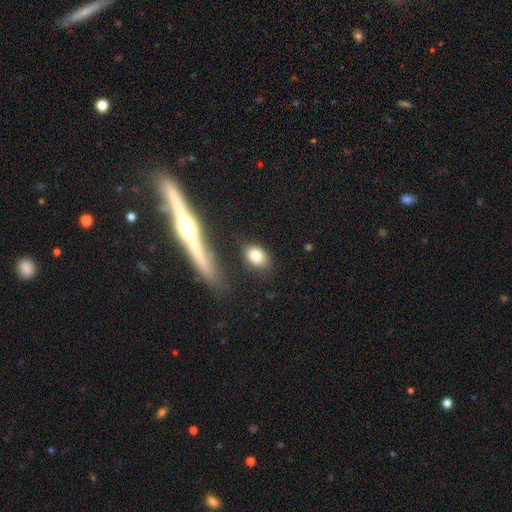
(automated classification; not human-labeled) The model was most divided on "how rounded": in between: 62%, round: 35%, cigar-shaped: 3%. More confident: merging — none (80%); smooth or featured — smooth (80%).